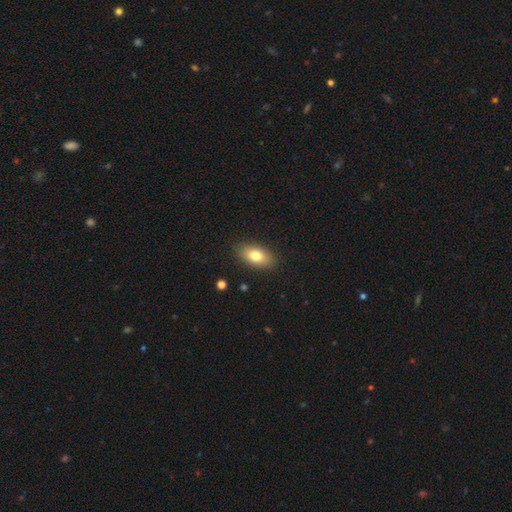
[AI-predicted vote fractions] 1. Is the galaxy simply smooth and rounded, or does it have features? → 76% smooth, 16% featured or disk, 8% star or artifact.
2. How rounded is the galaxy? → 88% in between, 7% round, 6% cigar-shaped.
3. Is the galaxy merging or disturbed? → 88% none, 9% minor disturbance, 2% major disturbance, 1% merger.